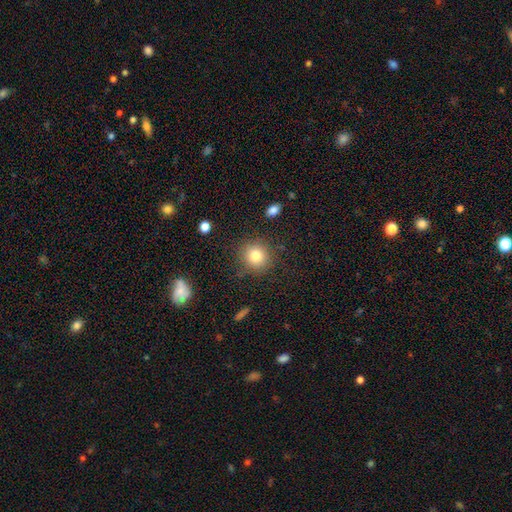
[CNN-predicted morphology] This is clearly a smooth galaxy (81%). How rounded: clearly round (88%). Merging: clearly none (85%).